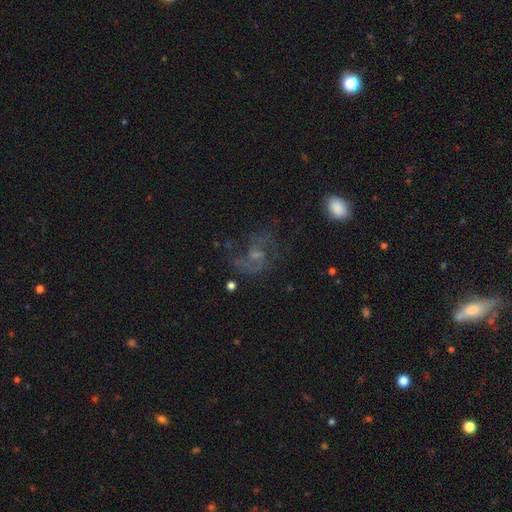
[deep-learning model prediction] This is likely a featured or disk galaxy (71%). It is clearly not viewed edge-on (98%). Bar: possibly no (54%). Spiral arm pattern: clearly yes (83%). Spiral arm count: likely 2 (66%). Spiral winding: possibly loose (46%). Central bulge: possibly small (52%). Merging: possibly none (50%).